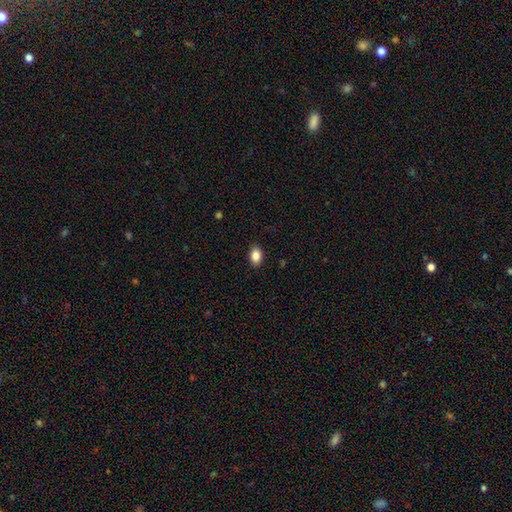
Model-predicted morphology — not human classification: Smooth or featured? smooth (87%)
How rounded? in between (85%)
Merging? none (88%)